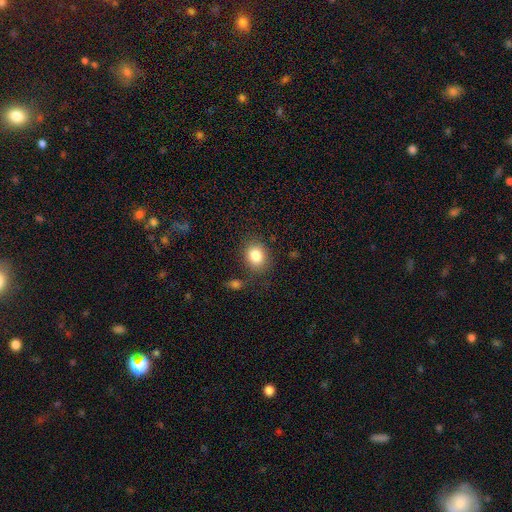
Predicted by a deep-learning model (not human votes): smooth 85%, star or artifact 9%, featured or disk 6%. Down the decision tree: how rounded — round (62%); merging — none (79%).